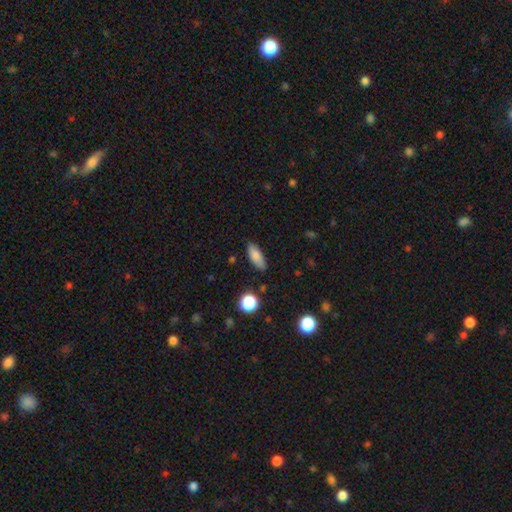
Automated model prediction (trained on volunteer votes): Smooth or featured: smooth — 81% (featured or disk — 11%)
How rounded: in between — 77% (cigar-shaped — 20%)
Merging: none — 83% (minor disturbance — 13%)